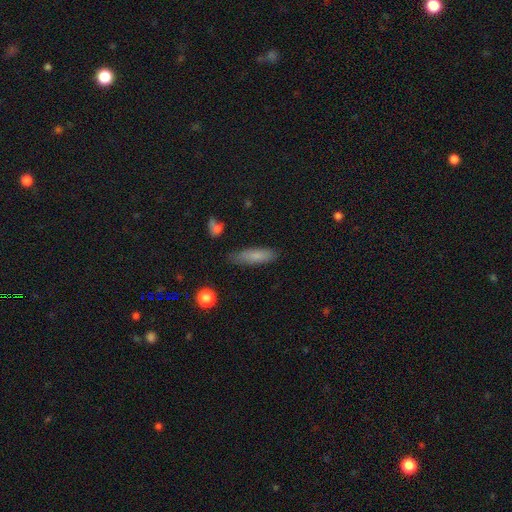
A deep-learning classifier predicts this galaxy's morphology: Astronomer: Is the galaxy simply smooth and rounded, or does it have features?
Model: smooth — 78%.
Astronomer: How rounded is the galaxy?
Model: cigar-shaped — 62%.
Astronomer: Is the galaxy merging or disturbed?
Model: none — 77%.